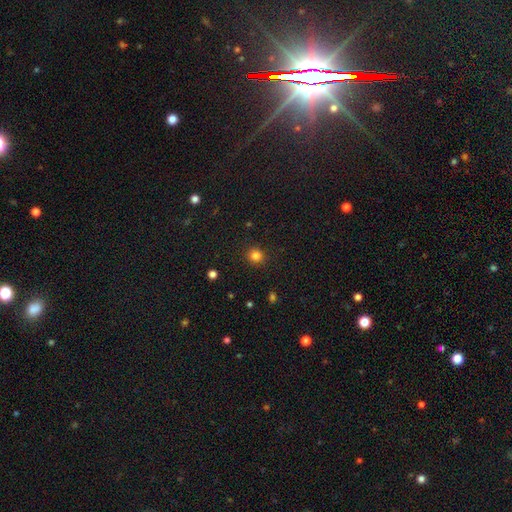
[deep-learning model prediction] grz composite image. It shows a smooth galaxy with no disk features (83%) that is round (90%). Merging: none (91%).